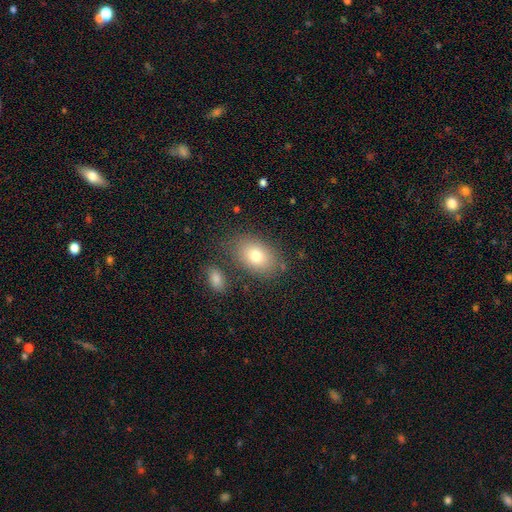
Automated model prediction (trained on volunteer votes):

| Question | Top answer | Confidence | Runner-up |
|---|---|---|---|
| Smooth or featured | smooth | 77% | featured or disk (13%) |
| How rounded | in between | 84% | round (15%) |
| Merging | none | 77% | minor disturbance (13%) |